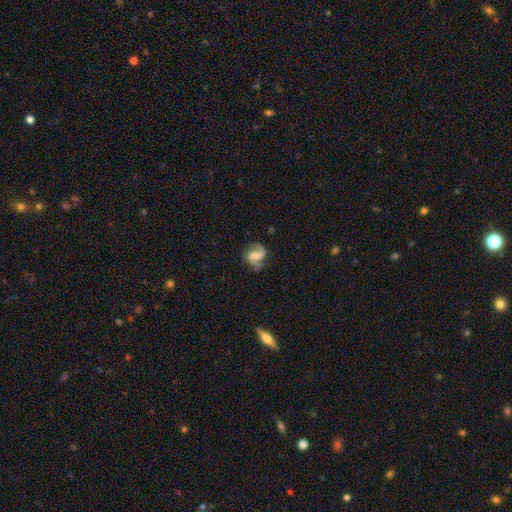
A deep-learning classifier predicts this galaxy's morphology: smooth-or-featured: featured or disk: 76% | smooth: 16% | star or artifact: 7%
  disk-edge-on: no: 98% | yes: 2%
    bar: weak: 47% | no: 27% | strong: 26%
    has-spiral-arms: yes: 94% | no: 6%
      spiral-winding: medium: 48% | loose: 35% | tight: 17%
      spiral-arm-count: 2: 83% | 1: 10% | can't tell: 4% | 3: 2% | 4: 1% | more than 4: 1%
    bulge-size: none: 38% | small: 23% | moderate: 23% | large: 14% | dominant: 2%
  merging: none: 65% | minor disturbance: 20% | major disturbance: 13% | merger: 2%